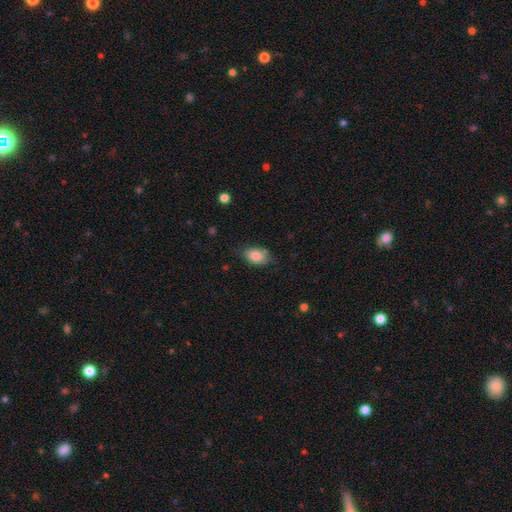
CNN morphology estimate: Overall: smooth (85%). How rounded: in between (86%). Merging: none (71%).